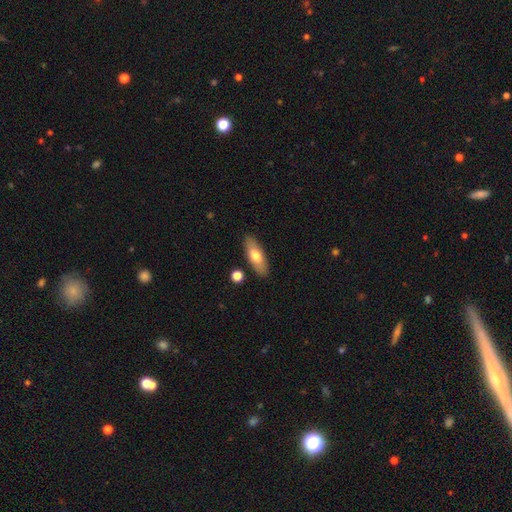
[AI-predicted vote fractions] smooth-or-featured: smooth: 69% | featured or disk: 25% | star or artifact: 6%
  how-rounded: in between: 67% | cigar-shaped: 30% | round: 3%
  merging: none: 86% | minor disturbance: 9% | merger: 3% | major disturbance: 2%